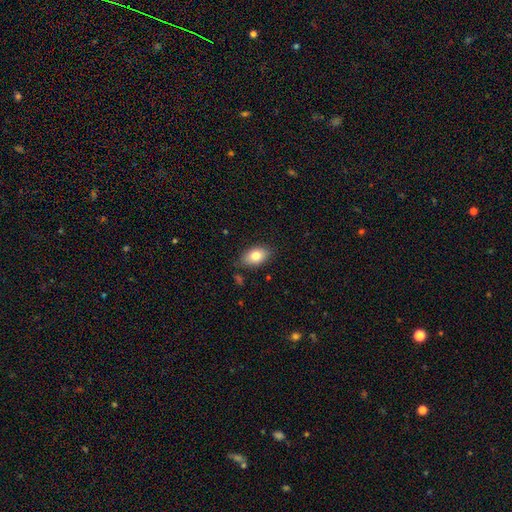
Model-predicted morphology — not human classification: A smooth galaxy with no disk features (79%) that is in between round and cigar-shaped (89%).

Vote fractions:
- Smooth or featured? smooth: 79% / featured or disk: 13% / star or artifact: 8%
- How rounded? in between: 89% / round: 9% / cigar-shaped: 2%
- Merging? none: 80% / minor disturbance: 15% / major disturbance: 3% / merger: 2%